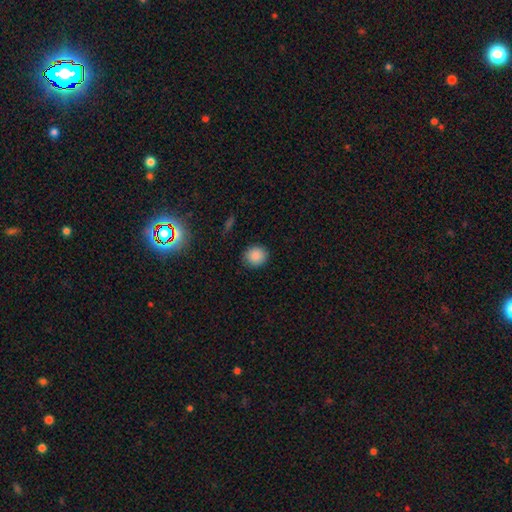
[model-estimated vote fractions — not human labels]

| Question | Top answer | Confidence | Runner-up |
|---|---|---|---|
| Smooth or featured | smooth | 87% | star or artifact (10%) |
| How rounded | round | 87% | in between (12%) |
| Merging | none | 89% | minor disturbance (8%) |